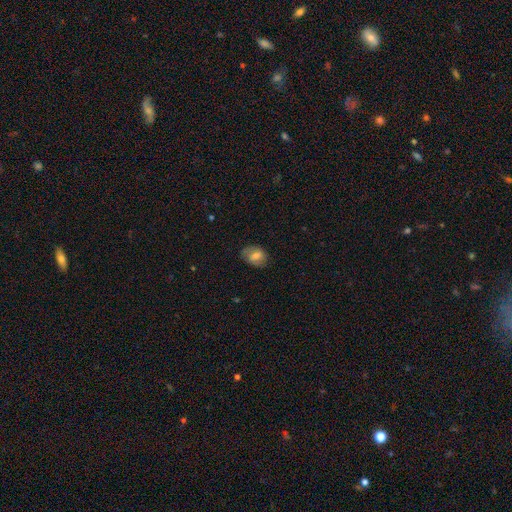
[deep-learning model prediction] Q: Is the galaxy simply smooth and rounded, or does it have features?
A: smooth — 64%.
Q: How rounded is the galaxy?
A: in between — 68%.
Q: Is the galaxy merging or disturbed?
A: none — 74%.